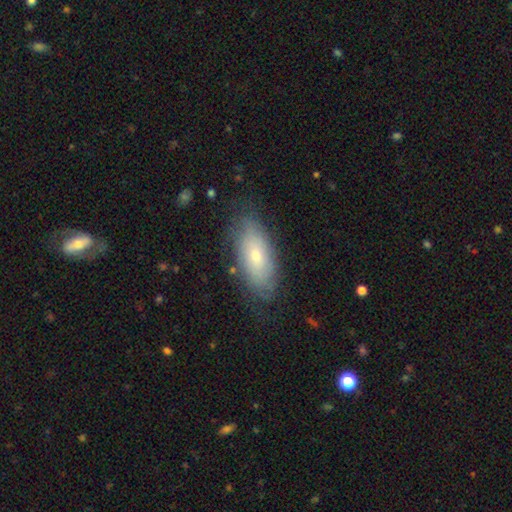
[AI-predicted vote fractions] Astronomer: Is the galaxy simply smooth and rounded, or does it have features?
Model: smooth — 54% (runner-up: featured or disk, 38%).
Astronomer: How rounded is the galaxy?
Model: in between — 86%.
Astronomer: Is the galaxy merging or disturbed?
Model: none — 76%.